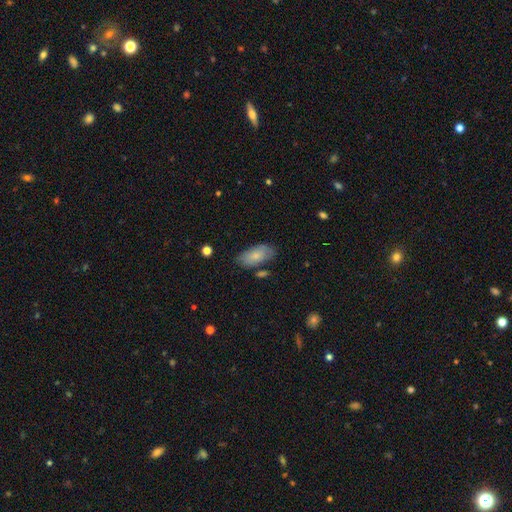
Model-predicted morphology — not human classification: Smooth or featured? Predicted: smooth (p=0.76). How rounded? Predicted: in between (p=0.92). Merging? Predicted: none (p=0.70).